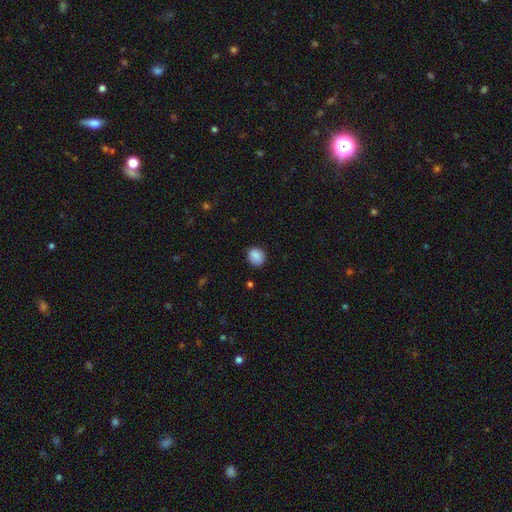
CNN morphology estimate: smooth-or-featured: smooth: 88% | star or artifact: 9% | featured or disk: 4%
  how-rounded: round: 74% | in between: 25% | cigar-shaped: 1%
  merging: none: 83% | minor disturbance: 13% | major disturbance: 3% | merger: 1%